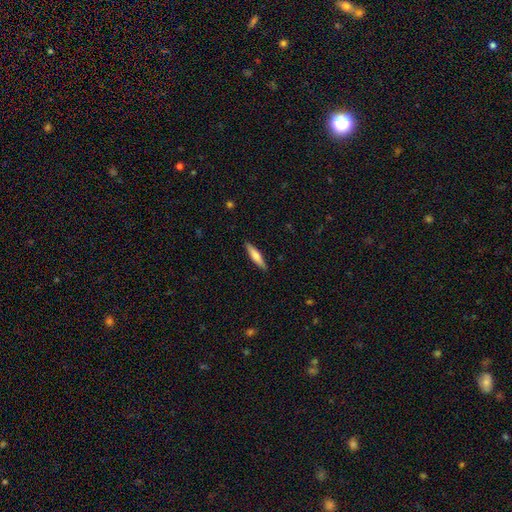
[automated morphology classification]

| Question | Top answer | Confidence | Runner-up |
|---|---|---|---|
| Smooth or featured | smooth | 62% | featured or disk (33%) |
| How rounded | cigar-shaped | 83% | in between (15%) |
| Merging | none | 90% | minor disturbance (8%) |